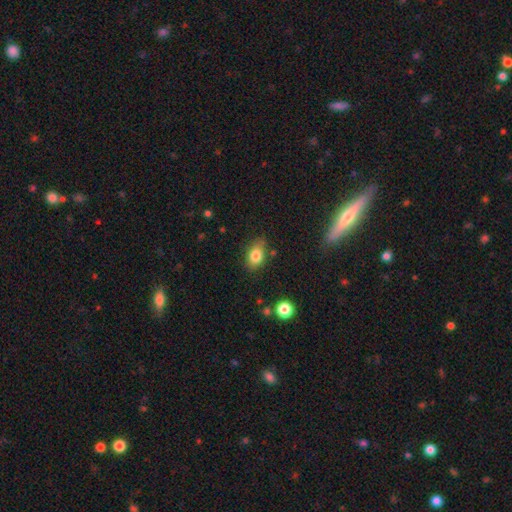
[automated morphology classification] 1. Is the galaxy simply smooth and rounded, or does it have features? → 81% smooth, 10% featured or disk, 9% star or artifact.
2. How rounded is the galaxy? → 82% in between, 16% round, 2% cigar-shaped.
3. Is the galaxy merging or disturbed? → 74% none, 19% minor disturbance, 4% major disturbance, 3% merger.